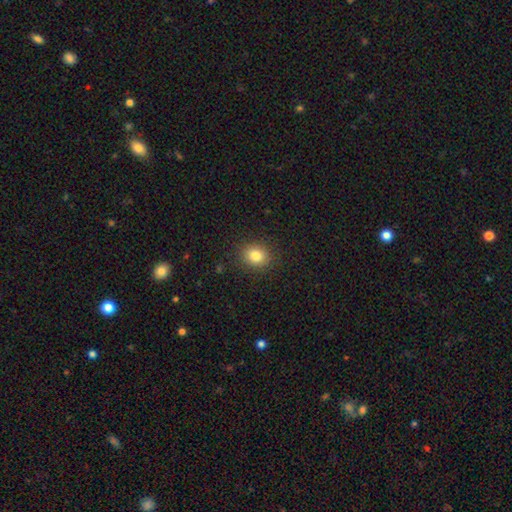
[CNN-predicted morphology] A smooth galaxy with no disk features (83%) that is round (67%). Merging: none (88%).